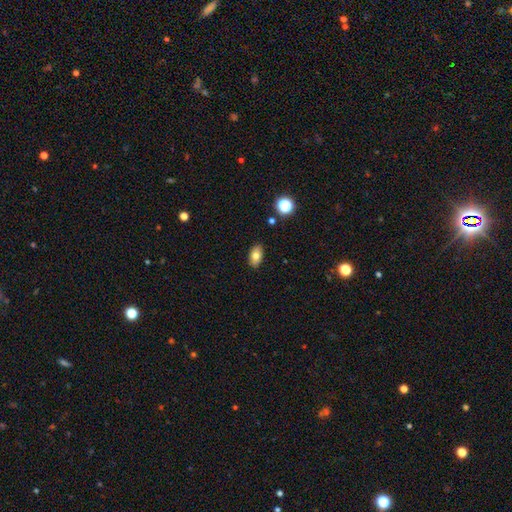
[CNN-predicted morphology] The model was most divided on "smooth or featured": smooth: 78%, featured or disk: 12%, star or artifact: 10%. More confident: how rounded — in between (89%); merging — none (88%).